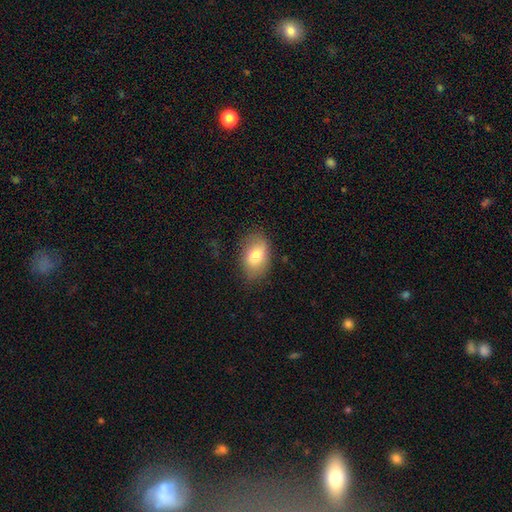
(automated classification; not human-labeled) The model was most divided on "smooth or featured": smooth: 76%, featured or disk: 17%, star or artifact: 7%. More confident: how rounded — in between (86%); merging — none (77%).